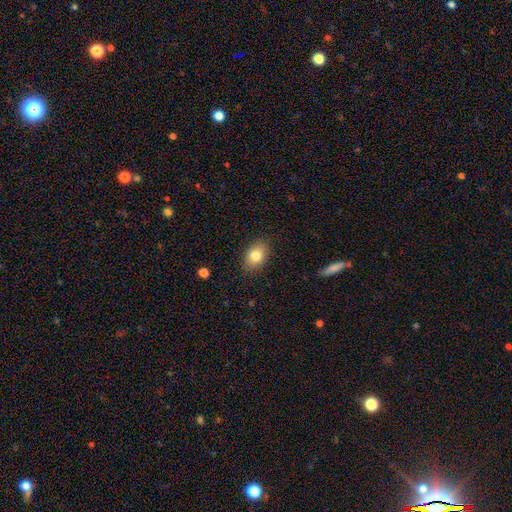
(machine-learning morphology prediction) Smooth or featured?
  - smooth: 82% *
  - featured or disk: 10%
  - star or artifact: 8%
How rounded?
  - in between: 81% *
  - round: 18%
  - cigar-shaped: 1%
Merging?
  - none: 86% *
  - minor disturbance: 11%
  - major disturbance: 3%
  - merger: 1%